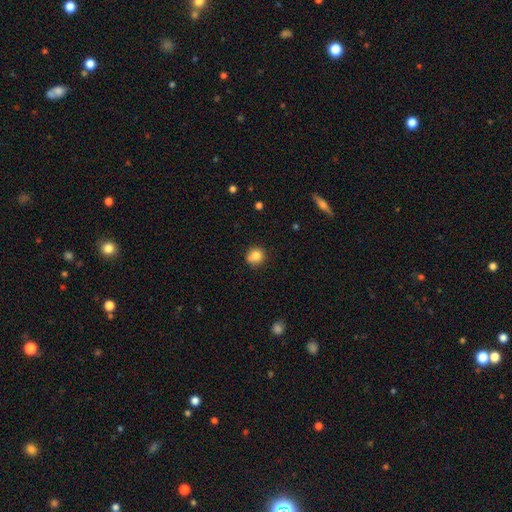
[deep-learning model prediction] Q: Smooth or featured?
A: smooth (81%); runner-up: star or artifact (11%)
Q: How rounded?
A: round (86%); runner-up: in between (13%)
Q: Merging?
A: none (66%); runner-up: minor disturbance (18%)